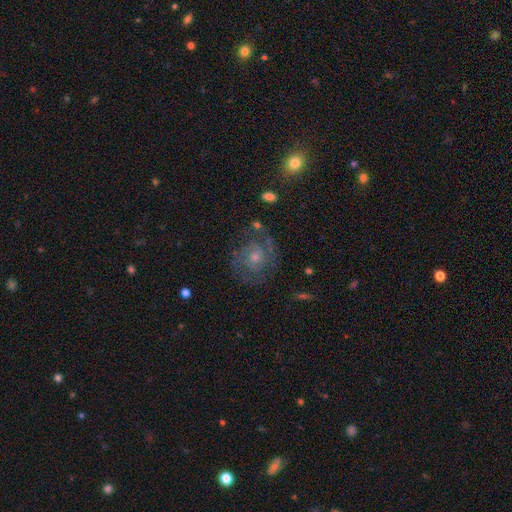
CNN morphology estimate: This is likely a featured or disk galaxy (78%). It is clearly not viewed edge-on (98%). Bar: likely no (75%). Spiral arm pattern: clearly yes (92%). Spiral arm count: possibly 2 (54%). Spiral winding: possibly tight (56%). Central bulge: possibly moderate (47%). Merging: likely none (73%).